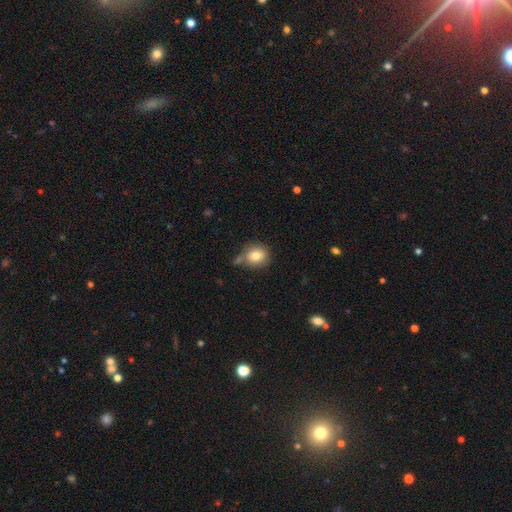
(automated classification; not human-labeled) Smooth or featured? smooth (81%)
How rounded? round (78%)
Merging? none (66%)